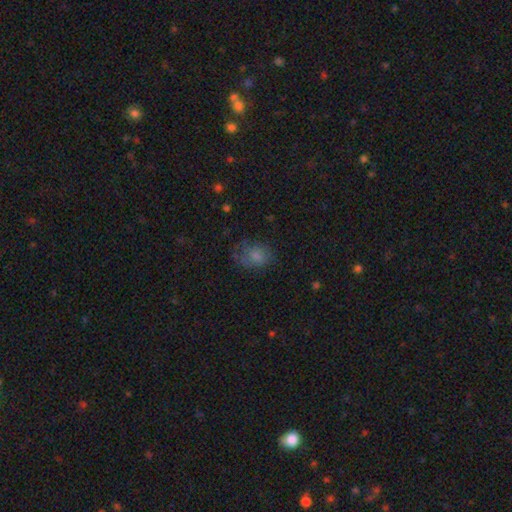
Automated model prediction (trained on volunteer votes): Smooth or featured: smooth — 65% (featured or disk — 22%)
How rounded: in between — 64% (round — 35%)
Merging: none — 50% (minor disturbance — 26%)